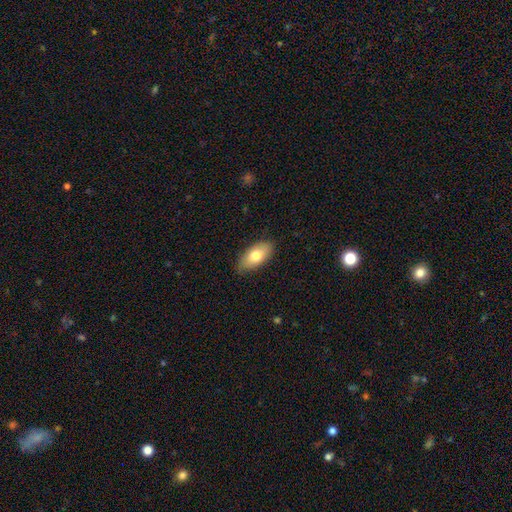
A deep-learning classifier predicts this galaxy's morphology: Smooth or featured?
  - smooth: 74% *
  - featured or disk: 19%
  - star or artifact: 7%
How rounded?
  - in between: 90% *
  - cigar-shaped: 6%
  - round: 4%
Merging?
  - none: 85% *
  - minor disturbance: 12%
  - major disturbance: 2%
  - merger: 1%